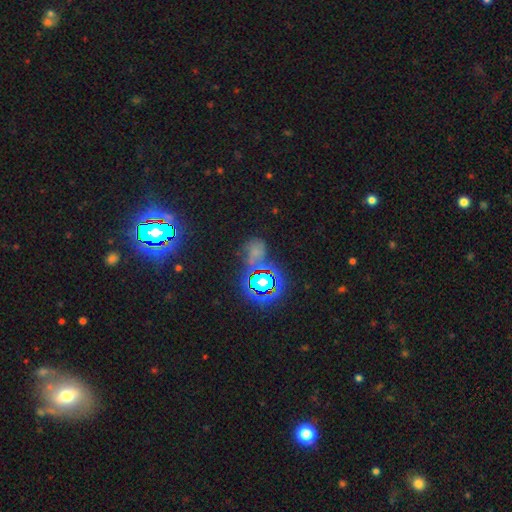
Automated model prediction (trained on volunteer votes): Smooth or featured? star or artifact (54%)